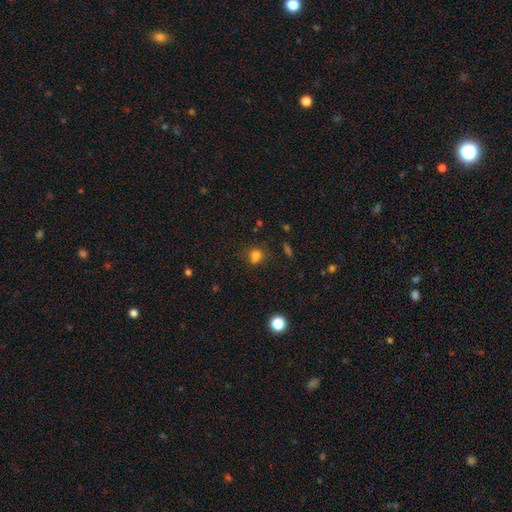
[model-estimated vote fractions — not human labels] Q: Smooth or featured?
A: smooth (77%); runner-up: star or artifact (16%)
Q: How rounded?
A: round (53%); runner-up: in between (45%)
Q: Merging?
A: none (66%); runner-up: minor disturbance (20%)